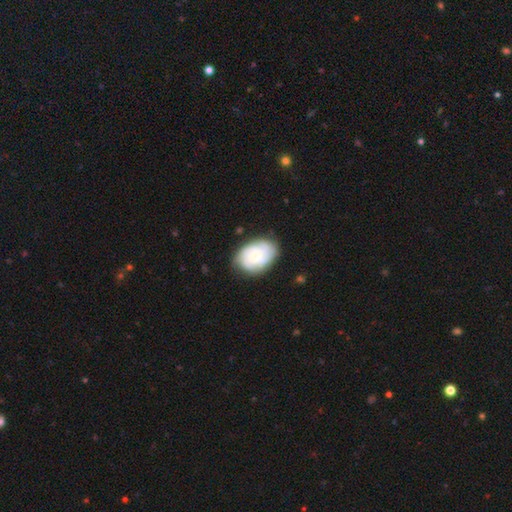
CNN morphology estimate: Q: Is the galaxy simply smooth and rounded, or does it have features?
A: featured or disk — 53%.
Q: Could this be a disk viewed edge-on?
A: no — 97%.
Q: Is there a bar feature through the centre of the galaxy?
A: no — 80%.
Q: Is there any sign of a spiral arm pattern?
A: yes — 84%.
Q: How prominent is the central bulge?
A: small — 60%.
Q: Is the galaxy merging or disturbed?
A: none — 75%.